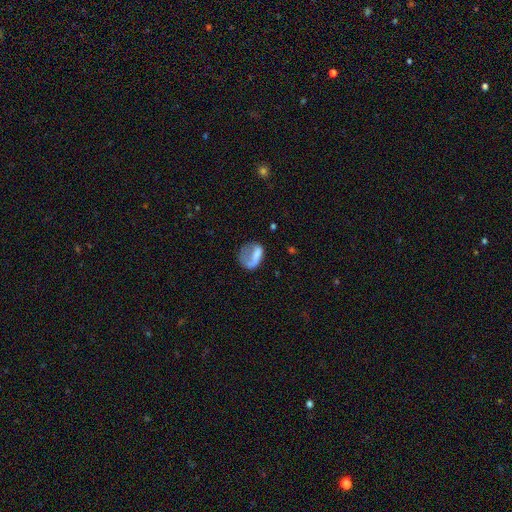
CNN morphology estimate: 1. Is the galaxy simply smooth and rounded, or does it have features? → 60% smooth, 29% featured or disk, 11% star or artifact.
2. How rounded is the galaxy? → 65% in between, 31% round, 4% cigar-shaped.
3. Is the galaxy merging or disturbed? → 47% major disturbance, 27% none, 22% minor disturbance, 4% merger.